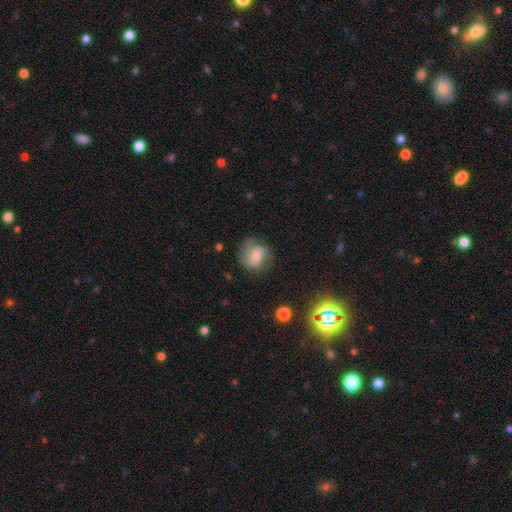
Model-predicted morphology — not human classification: A featured or disk galaxy (58%) with a weak bar (45%), spiral arms (88%) and a moderate central bulge (50%). Merging: none (67%).